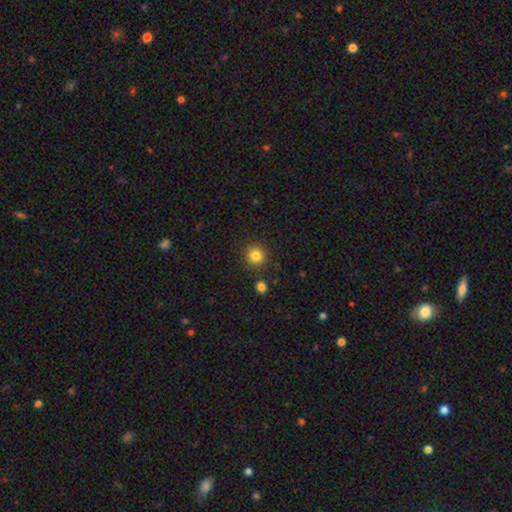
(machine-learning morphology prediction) smooth_or_featured: smooth (p=0.83) [alt: star or artifact p=0.12]
how_rounded: round (p=0.92) [alt: in between p=0.07]
merging: none (p=0.86) [alt: minor disturbance p=0.07]